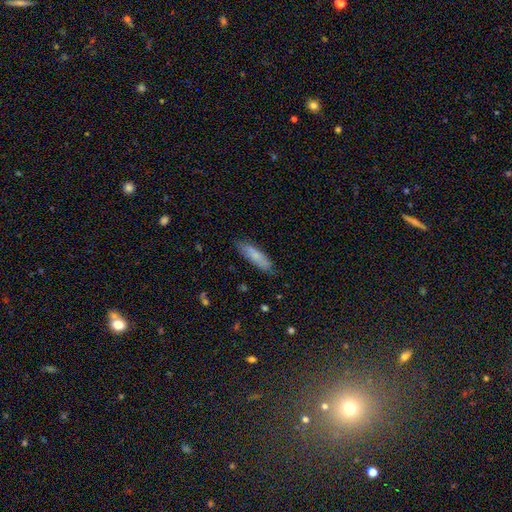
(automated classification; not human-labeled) smooth_or_featured: smooth (p=0.77) [alt: featured or disk p=0.17]
how_rounded: cigar-shaped (p=0.66) [alt: in between p=0.33]
merging: none (p=0.81) [alt: minor disturbance p=0.15]